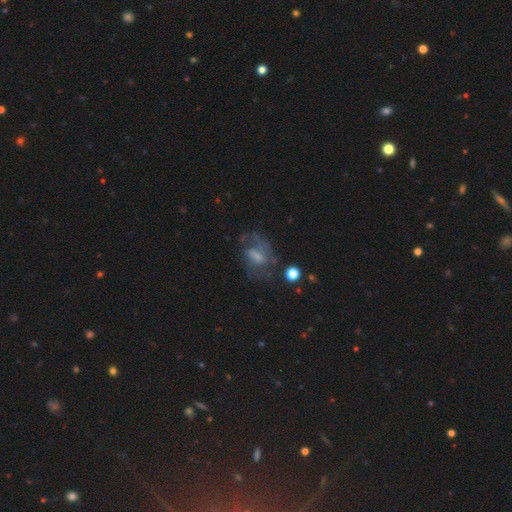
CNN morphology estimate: The model was most divided on "bulge size": small: 37%, moderate: 34%, none: 21%, large: 7%, dominant: 2%. Remaining: edge-on disk — no (95%); spiral arms — yes (80%); smooth or featured — featured or disk (64%); merging — none (55%); bar — weak (49%).